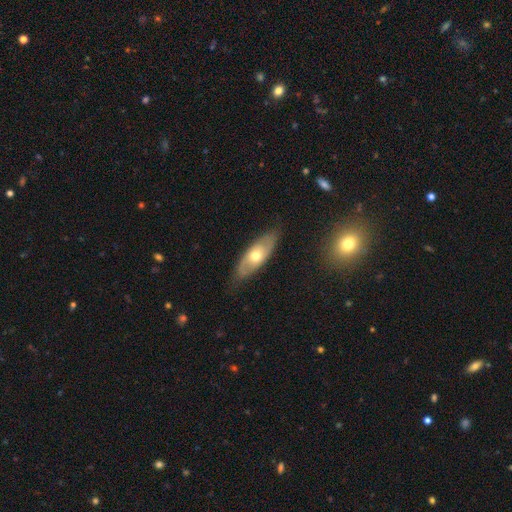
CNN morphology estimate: Smooth or featured? Predicted: featured or disk (p=0.52). Edge-on disk? Predicted: no (p=0.75). Merging? Predicted: none (p=0.78).